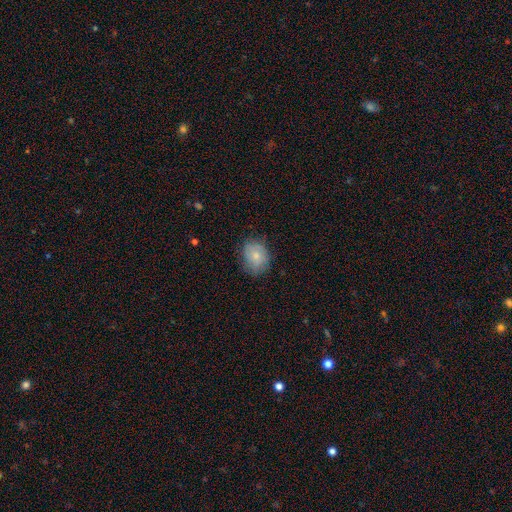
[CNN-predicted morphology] Smooth or featured? Predicted: smooth (p=0.75). How rounded? Predicted: round (p=0.55). Merging? Predicted: none (p=0.72).